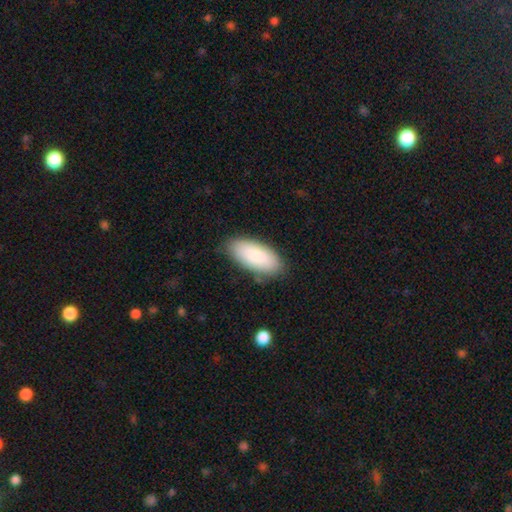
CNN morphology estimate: The model was most divided on "merging": none: 82%, minor disturbance: 13%, major disturbance: 3%, merger: 1%. More confident: how rounded — in between (90%); smooth or featured — smooth (85%).